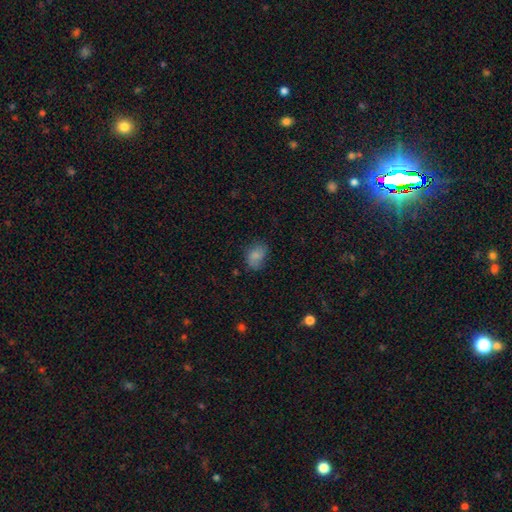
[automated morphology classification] The model was most divided on "merging": none: 64%, minor disturbance: 26%, major disturbance: 8%, merger: 2%. More confident: smooth or featured — smooth (78%); how rounded — in between (74%).